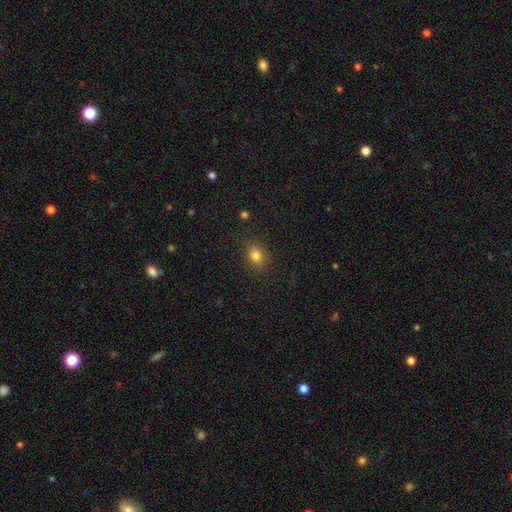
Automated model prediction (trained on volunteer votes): Overall: smooth (82%). How rounded: round (51%; in between 48%). Merging: none (84%).